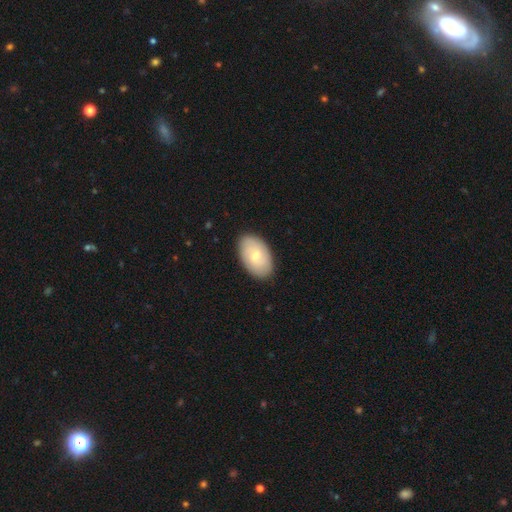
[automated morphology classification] Smooth or featured? smooth (65%)
How rounded? in between (92%)
Merging? none (87%)